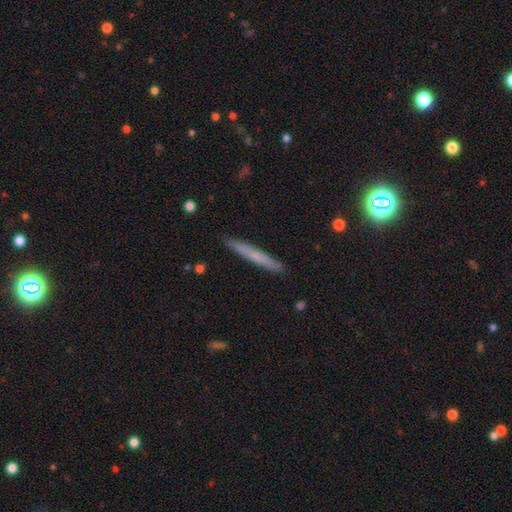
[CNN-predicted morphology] smooth-or-featured: smooth: 62% | featured or disk: 32% | star or artifact: 6%
  how-rounded: cigar-shaped: 96% | in between: 2% | round: 1%
  merging: none: 91% | minor disturbance: 7% | major disturbance: 1% | merger: 1%